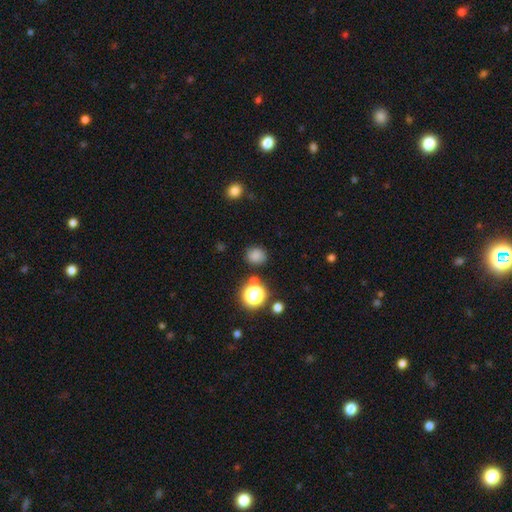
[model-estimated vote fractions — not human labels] Smooth or featured? Predicted: smooth (p=0.78). How rounded? Predicted: round (p=0.74). Merging? Predicted: none (p=0.80).